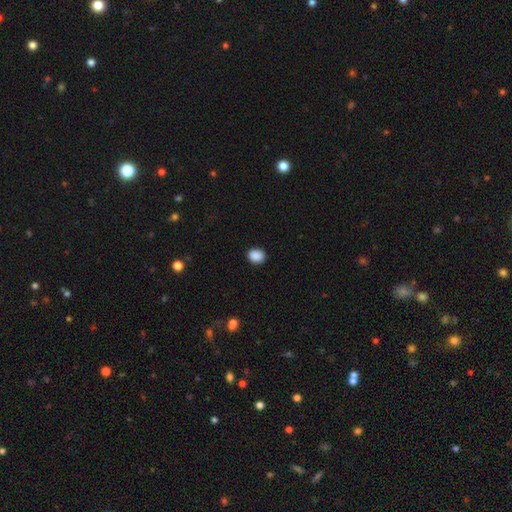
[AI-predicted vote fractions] Morphology: type=smooth (89%); roundness=round (51%); merging=none (89%).